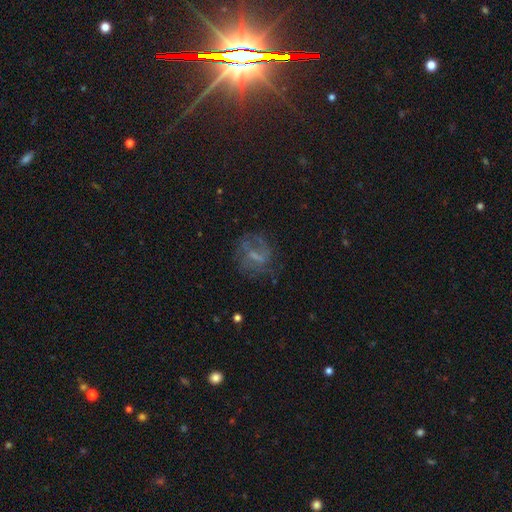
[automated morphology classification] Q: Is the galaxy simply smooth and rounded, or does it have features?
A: featured or disk — 57%.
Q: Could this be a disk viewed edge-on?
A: no — 95%.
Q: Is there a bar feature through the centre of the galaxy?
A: weak — 50%.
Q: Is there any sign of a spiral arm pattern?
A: yes — 62%.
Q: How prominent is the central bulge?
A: small — 42%.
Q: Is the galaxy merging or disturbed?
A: none — 60%.